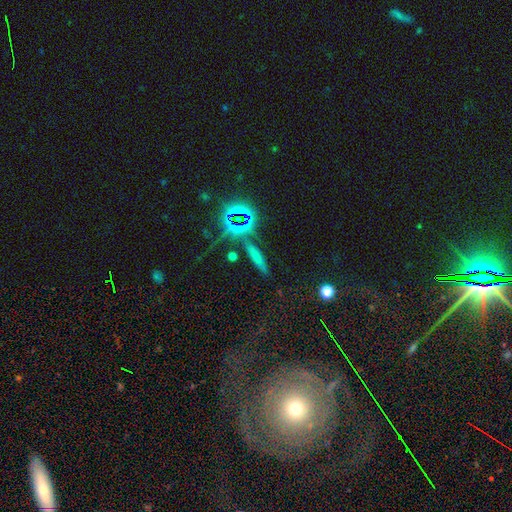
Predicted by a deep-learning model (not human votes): The model was most divided on "smooth or featured": smooth: 57%, star or artifact: 26%, featured or disk: 17%. More confident: how rounded — cigar-shaped (79%); merging — none (78%).